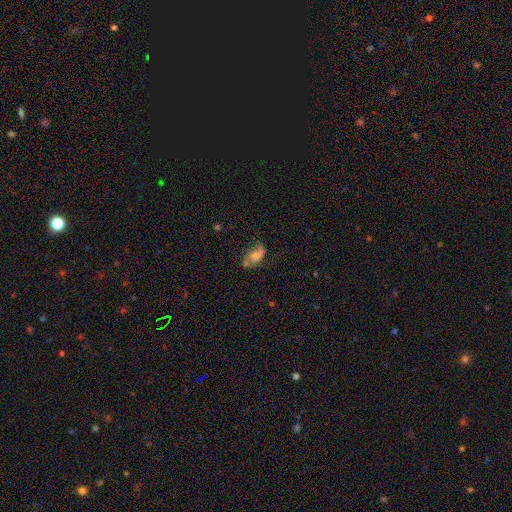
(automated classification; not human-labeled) smooth 46%, featured or disk 40%, star or artifact 15%. Down the decision tree: merging — none (49%).